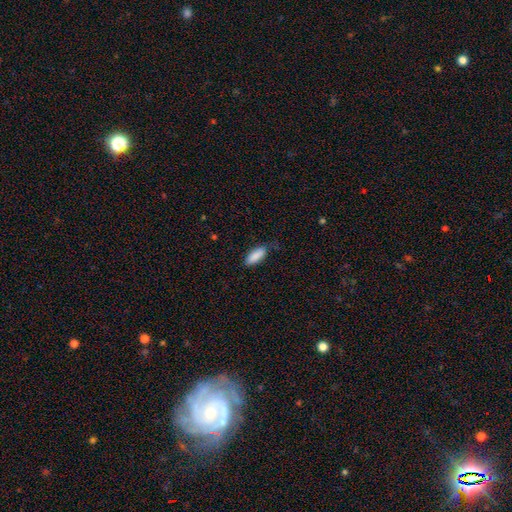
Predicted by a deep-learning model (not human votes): smooth_or_featured: smooth (p=0.89) [alt: star or artifact p=0.06]
how_rounded: in between (p=0.77) [alt: cigar-shaped p=0.21]
merging: none (p=0.71) [alt: minor disturbance p=0.23]